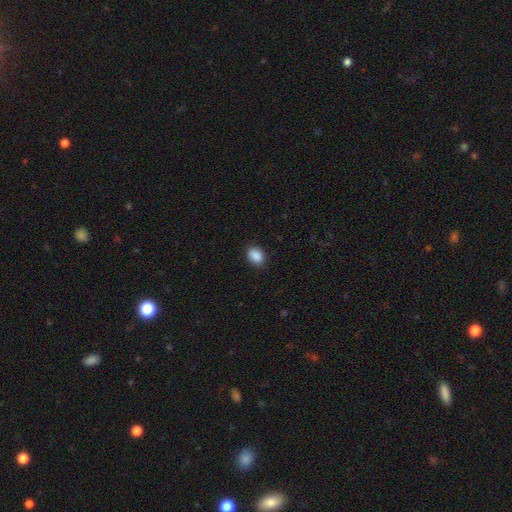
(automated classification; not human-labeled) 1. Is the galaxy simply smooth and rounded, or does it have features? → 89% smooth, 8% star or artifact, 3% featured or disk.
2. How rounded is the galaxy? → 61% in between, 38% round, 1% cigar-shaped.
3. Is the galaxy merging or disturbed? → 86% none, 11% minor disturbance, 2% major disturbance, 1% merger.